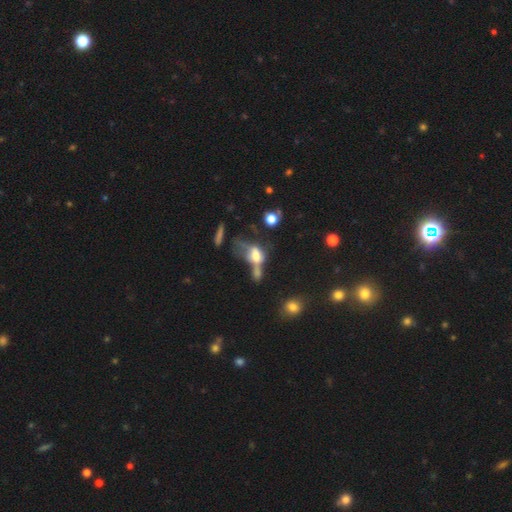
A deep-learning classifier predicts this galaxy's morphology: Smooth or featured?
  - smooth: 46% *
  - featured or disk: 38%
  - star or artifact: 16%
Merging?
  - merger: 49% *
  - major disturbance: 29%
  - none: 13%
  - minor disturbance: 10%